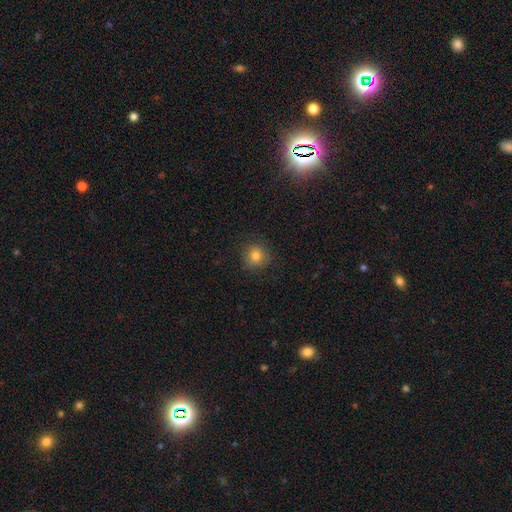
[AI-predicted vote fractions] smooth_or_featured: smooth (p=0.79) [alt: star or artifact p=0.13]
how_rounded: round (p=0.91) [alt: in between p=0.08]
merging: none (p=0.86) [alt: minor disturbance p=0.09]